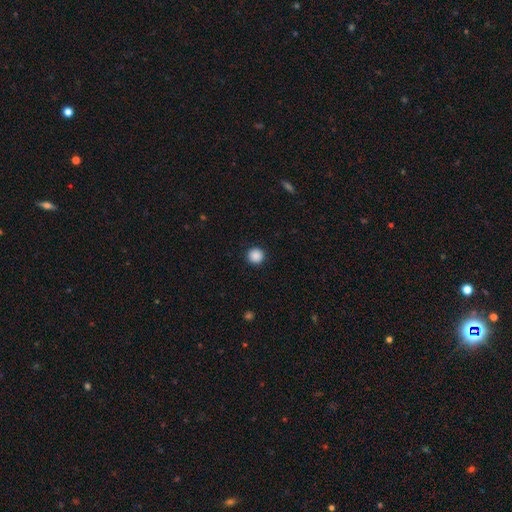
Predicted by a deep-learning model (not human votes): The model was most divided on "smooth or featured": smooth: 88%, star or artifact: 9%, featured or disk: 2%. More confident: how rounded — round (96%); merging — none (93%).